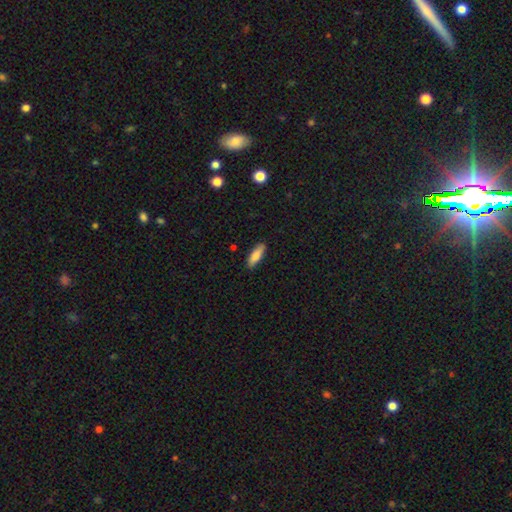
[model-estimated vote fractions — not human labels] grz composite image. It shows a smooth galaxy with no disk features (81%) that is in between round and cigar-shaped (54%). Merging: none (87%).